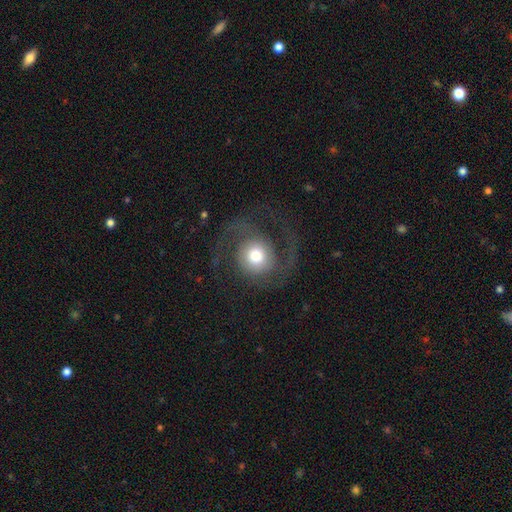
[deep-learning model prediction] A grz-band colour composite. It shows a featured or disk galaxy (63%) with no bar (77%), 2 (74%) medium (45%) spiral arms (86%) and a moderate central bulge (54%). Merging: none (61%).